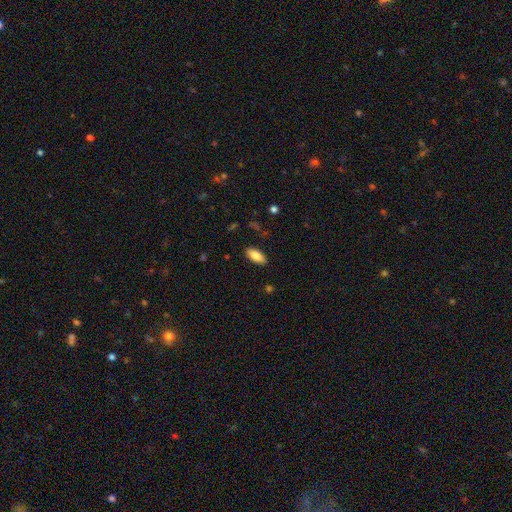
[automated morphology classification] smooth 84%, featured or disk 9%, star or artifact 7%. Down the decision tree: how rounded — in between (87%); merging — none (87%).